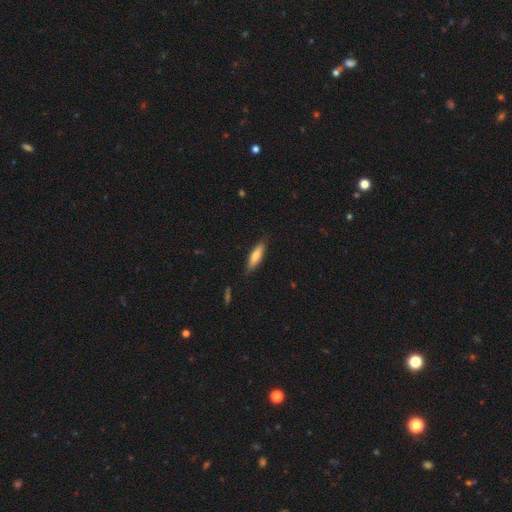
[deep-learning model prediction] Morphology: type=smooth (72%); roundness=cigar-shaped (63%); merging=none (83%).